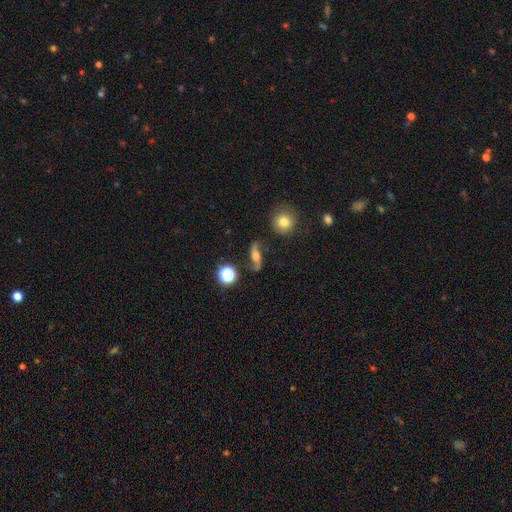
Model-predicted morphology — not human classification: Smooth or featured? Predicted: featured or disk (p=0.70). Edge-on disk? Predicted: no (p=0.89). Bar? Predicted: no (p=0.53). Spiral arms? Predicted: yes (p=0.93). Spiral winding? Predicted: loose (p=0.83). Spiral arm count? Predicted: 2 (p=0.94). Bulge size? Predicted: moderate (p=0.45). Merging? Predicted: none (p=0.76).